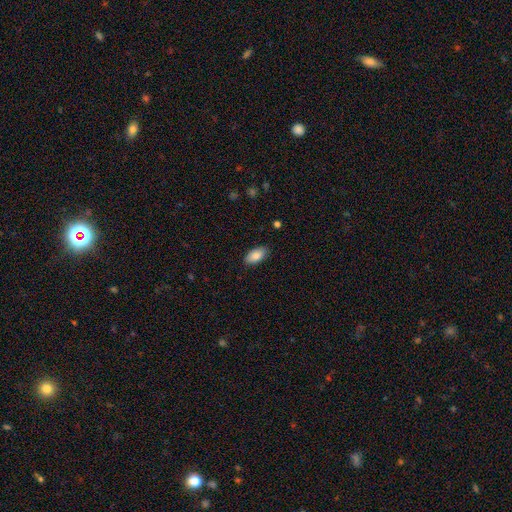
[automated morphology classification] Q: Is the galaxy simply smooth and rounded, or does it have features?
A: smooth — 87%.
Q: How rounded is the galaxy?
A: in between — 93%.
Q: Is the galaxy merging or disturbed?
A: none — 87%.